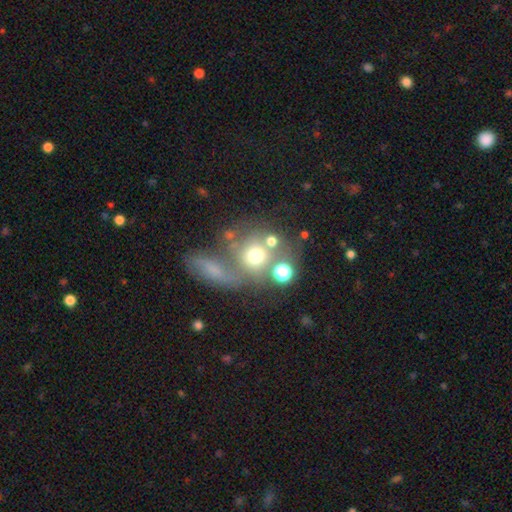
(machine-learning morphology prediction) This is possibly a smooth galaxy (57%). How rounded: clearly round (81%). Merging: marginally none (42%).